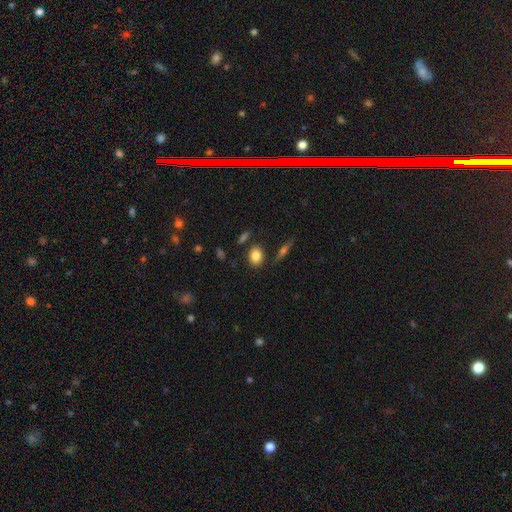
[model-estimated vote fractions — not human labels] Q: Smooth or featured?
A: smooth (83%); runner-up: star or artifact (9%)
Q: How rounded?
A: in between (50%); runner-up: round (48%)
Q: Merging?
A: none (81%); runner-up: minor disturbance (11%)